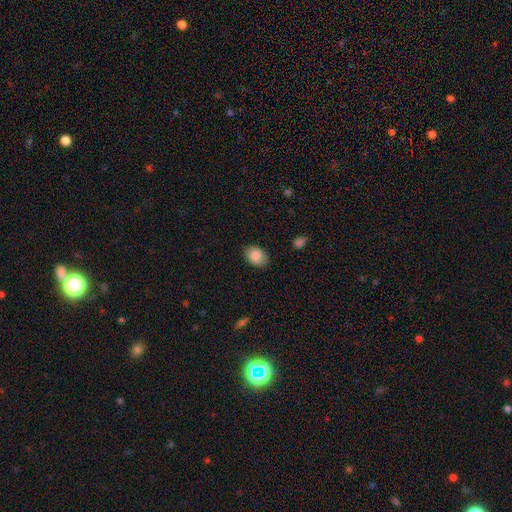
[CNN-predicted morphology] type=smooth (88%); roundness=in between (70%); merging=none (82%).